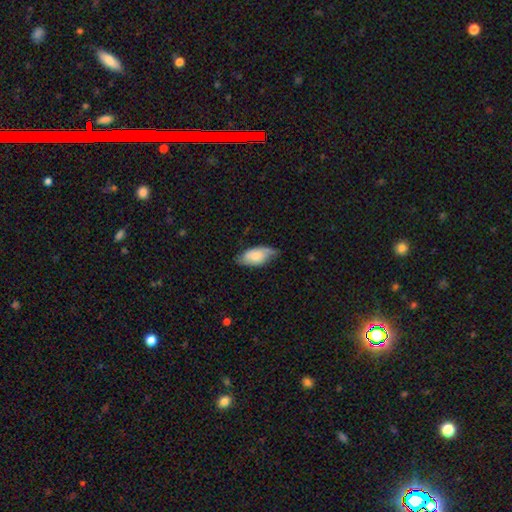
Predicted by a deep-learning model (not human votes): Q: Smooth or featured?
A: smooth (52%); runner-up: featured or disk (42%)
Q: How rounded?
A: in between (90%); runner-up: cigar-shaped (6%)
Q: Merging?
A: none (64%); runner-up: minor disturbance (28%)